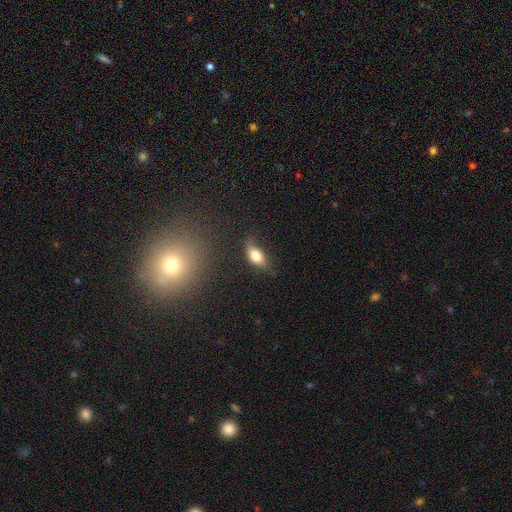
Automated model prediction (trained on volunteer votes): Smooth or featured: smooth — 74% (featured or disk — 18%)
How rounded: in between — 85% (cigar-shaped — 8%)
Merging: none — 44% (minor disturbance — 36%)